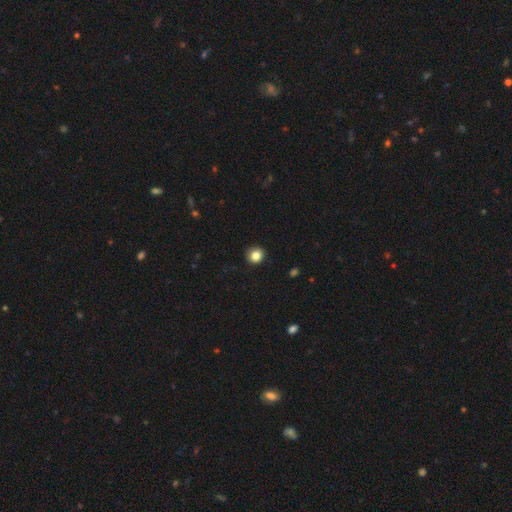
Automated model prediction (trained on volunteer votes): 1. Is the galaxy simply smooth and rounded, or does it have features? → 84% smooth, 11% star or artifact, 5% featured or disk.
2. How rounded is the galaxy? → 87% round, 12% in between, 1% cigar-shaped.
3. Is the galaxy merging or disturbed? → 89% none, 8% minor disturbance, 2% major disturbance, 1% merger.